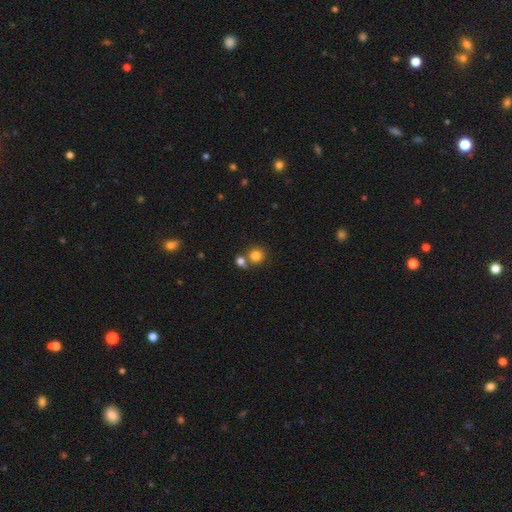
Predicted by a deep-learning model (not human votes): Smooth or featured? Predicted: smooth (p=0.82). How rounded? Predicted: round (p=0.88). Merging? Predicted: none (p=0.62).